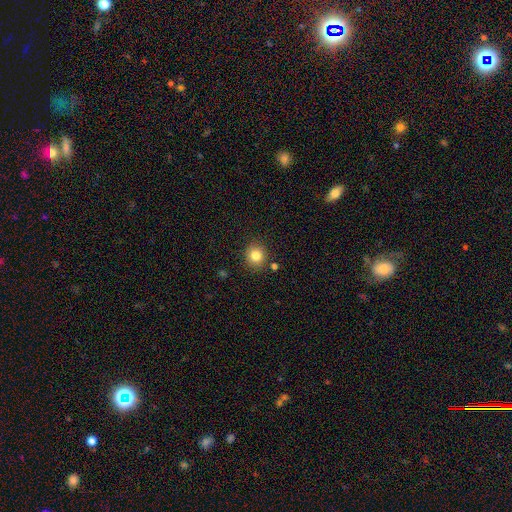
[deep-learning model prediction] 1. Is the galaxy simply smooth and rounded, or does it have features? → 82% smooth, 12% star or artifact, 6% featured or disk.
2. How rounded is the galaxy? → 90% round, 10% in between, 1% cigar-shaped.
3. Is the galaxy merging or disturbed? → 87% none, 8% minor disturbance, 4% merger, 2% major disturbance.